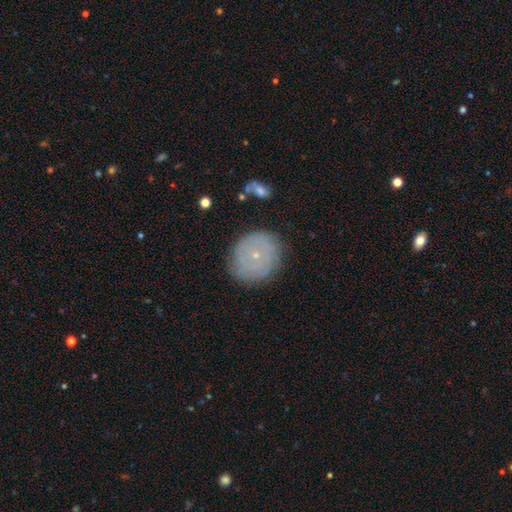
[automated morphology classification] type=featured or disk (55%); edge-on=no (96%); bar=no (87%); spiral arms=yes (61%); bulge=small (82%); merging=none (82%).